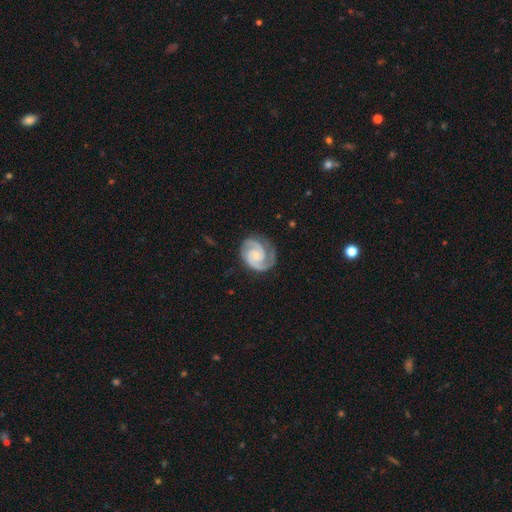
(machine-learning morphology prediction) Overall: featured or disk (91%). Edge-on disk: no (98%). Bar: no (62%; weak 31%). Spiral arms: yes (98%). Spiral arm count: 2 (89%). Spiral winding: tight (62%; medium 34%). Bulge size: small (60%; moderate 23%). Merging: none (78%).